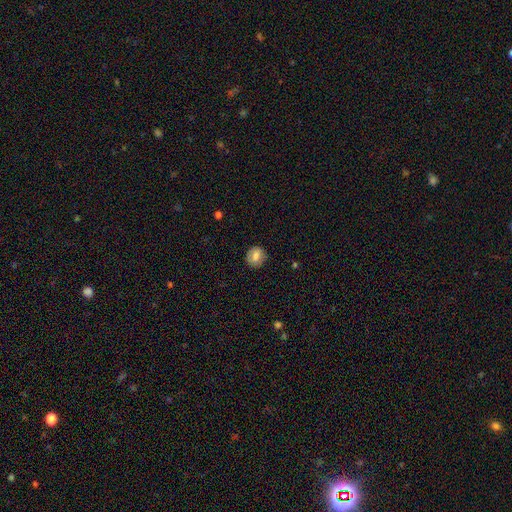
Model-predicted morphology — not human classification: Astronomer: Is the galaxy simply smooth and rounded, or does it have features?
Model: smooth — 71%.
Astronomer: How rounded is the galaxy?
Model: round — 80%.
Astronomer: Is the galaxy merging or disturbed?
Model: none — 84%.